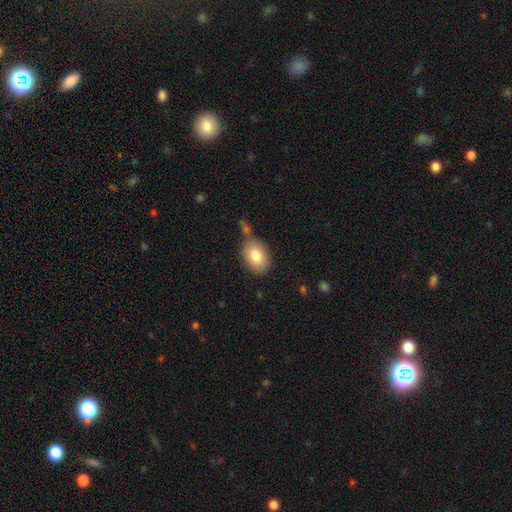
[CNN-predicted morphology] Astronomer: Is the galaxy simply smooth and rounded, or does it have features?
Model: smooth — 82%.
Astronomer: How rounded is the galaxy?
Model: in between — 81%.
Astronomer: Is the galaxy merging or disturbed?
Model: none — 71%.